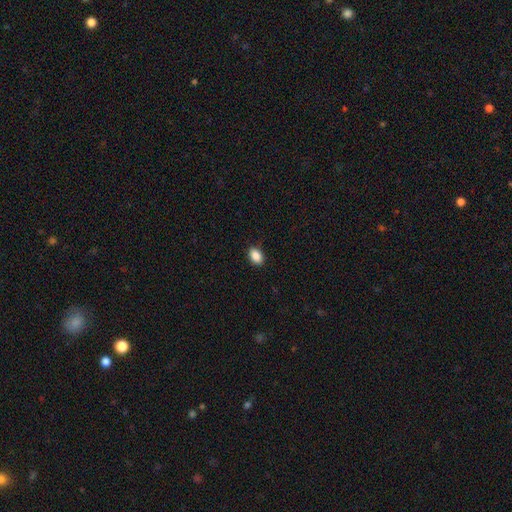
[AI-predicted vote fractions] Smooth or featured? smooth (89%)
How rounded? in between (85%)
Merging? none (88%)